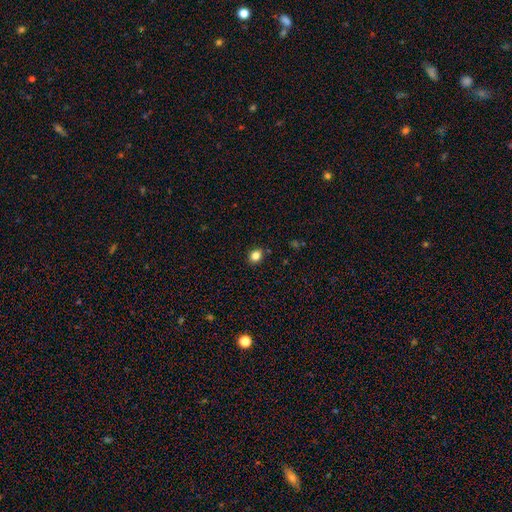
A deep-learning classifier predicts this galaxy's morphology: type=smooth (84%); roundness=round (58%); merging=none (90%).